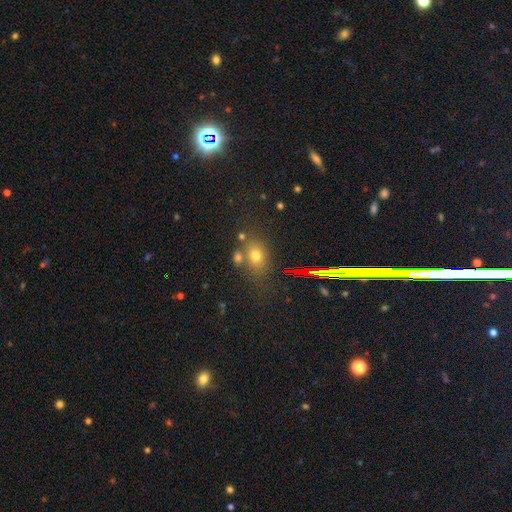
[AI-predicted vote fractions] smooth 65%, star or artifact 22%, featured or disk 13%. Down the decision tree: how rounded — in between (65%); merging — none (65%).